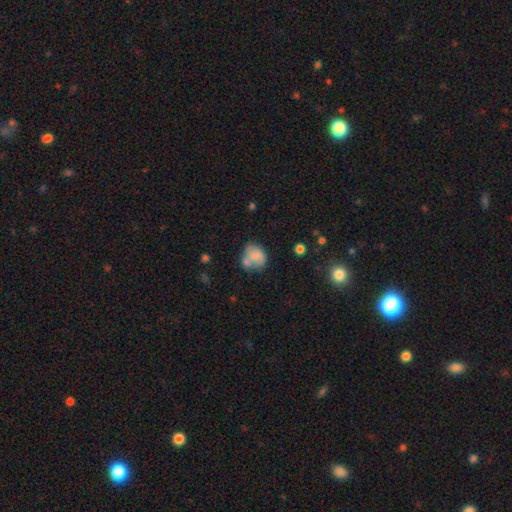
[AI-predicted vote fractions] Smooth or featured? Predicted: smooth (p=0.74). How rounded? Predicted: round (p=0.51). Merging? Predicted: none (p=0.37, tied with merger).